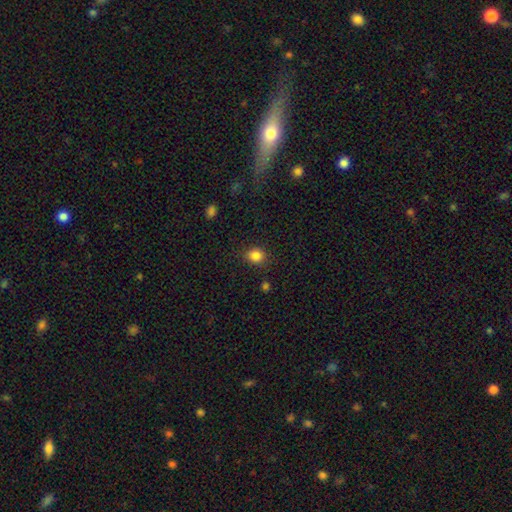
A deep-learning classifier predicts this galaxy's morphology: Smooth or featured?
  - smooth: 85% *
  - star or artifact: 11%
  - featured or disk: 4%
How rounded?
  - round: 70% *
  - in between: 29%
  - cigar-shaped: 1%
Merging?
  - none: 86% *
  - minor disturbance: 9%
  - major disturbance: 3%
  - merger: 2%